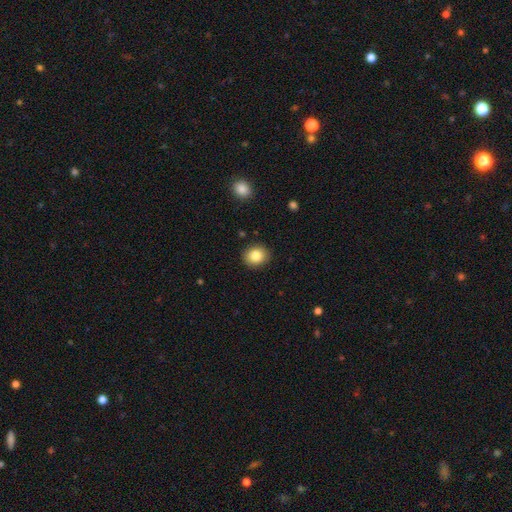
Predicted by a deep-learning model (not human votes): smooth-or-featured: smooth: 84% | star or artifact: 9% | featured or disk: 7%
  how-rounded: round: 67% | in between: 32% | cigar-shaped: 1%
  merging: none: 90% | minor disturbance: 7% | major disturbance: 2% | merger: 1%